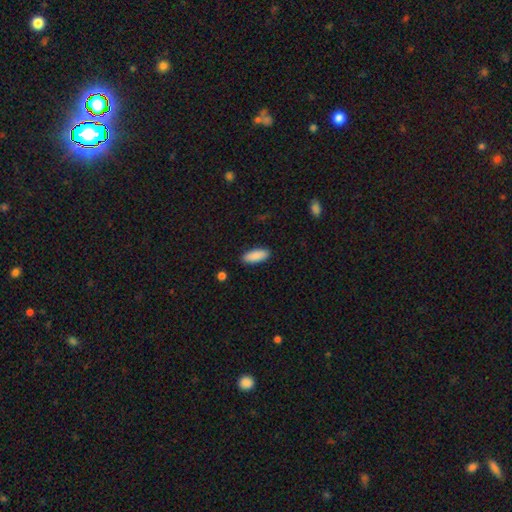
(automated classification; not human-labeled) Smooth or featured? smooth (90%)
How rounded? in between (75%)
Merging? none (89%)